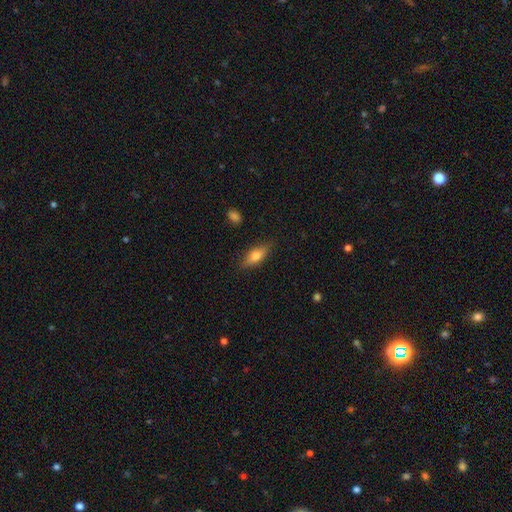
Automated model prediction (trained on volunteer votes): Q: Smooth or featured?
A: smooth (66%); runner-up: featured or disk (27%)
Q: How rounded?
A: in between (63%); runner-up: cigar-shaped (33%)
Q: Merging?
A: none (84%); runner-up: minor disturbance (12%)